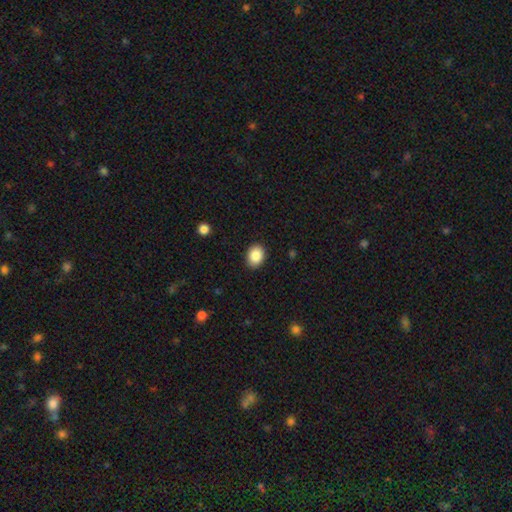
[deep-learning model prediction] Smooth or featured? Predicted: smooth (p=0.87). How rounded? Predicted: in between (p=0.61). Merging? Predicted: none (p=0.90).